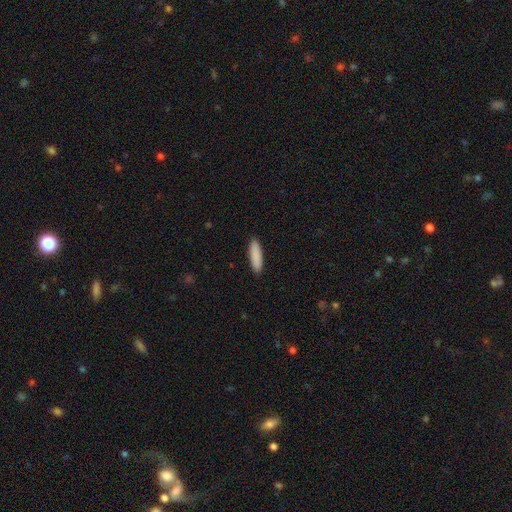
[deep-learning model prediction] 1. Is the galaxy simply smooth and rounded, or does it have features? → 90% smooth, 6% star or artifact, 5% featured or disk.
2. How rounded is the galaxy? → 64% cigar-shaped, 34% in between, 1% round.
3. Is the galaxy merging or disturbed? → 91% none, 7% minor disturbance, 2% major disturbance, 1% merger.